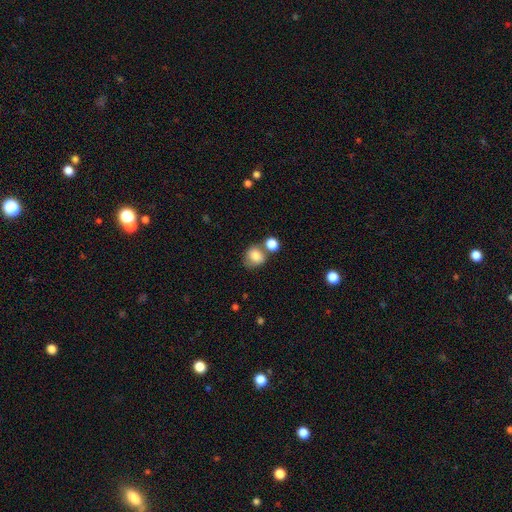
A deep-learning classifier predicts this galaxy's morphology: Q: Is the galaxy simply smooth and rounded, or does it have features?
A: smooth — 81%.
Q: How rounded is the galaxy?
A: round — 68%.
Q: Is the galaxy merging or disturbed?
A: none — 51%.